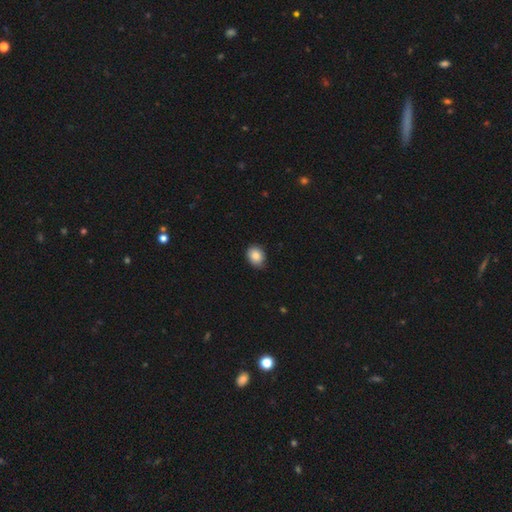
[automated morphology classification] A smooth galaxy with no disk features (85%) that is round (51%).

Vote fractions:
- Smooth or featured? smooth: 85% / star or artifact: 8% / featured or disk: 6%
- How rounded? round: 51% / in between: 48% / cigar-shaped: 1%
- Merging? none: 81% / minor disturbance: 16% / major disturbance: 2% / merger: 1%